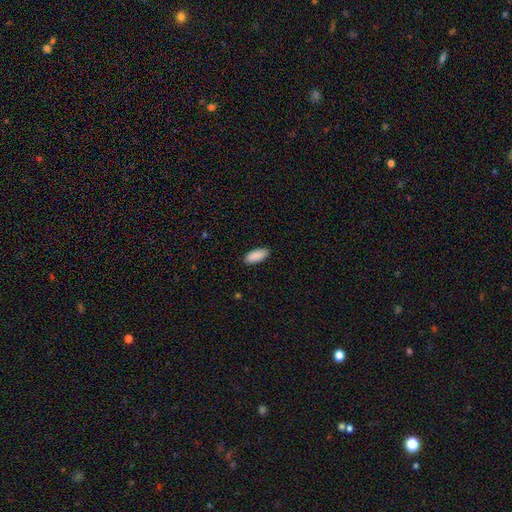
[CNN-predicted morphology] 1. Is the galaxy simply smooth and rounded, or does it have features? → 91% smooth, 6% star or artifact, 3% featured or disk.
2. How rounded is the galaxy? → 87% in between, 11% cigar-shaped, 2% round.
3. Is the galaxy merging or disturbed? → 87% none, 10% minor disturbance, 2% major disturbance, 1% merger.